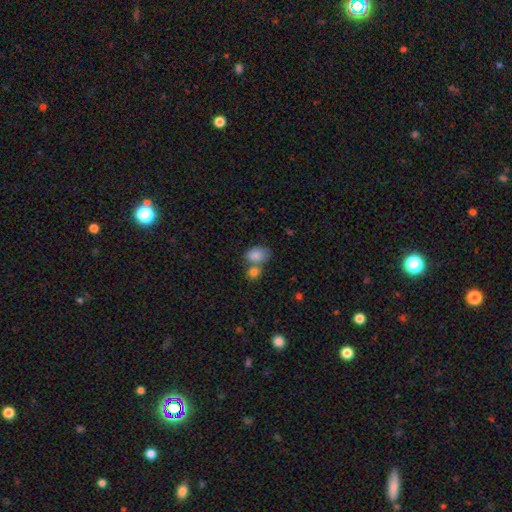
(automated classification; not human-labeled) A smooth galaxy with no disk features (84%) that is in between round and cigar-shaped (78%). Merging: merger (45%).